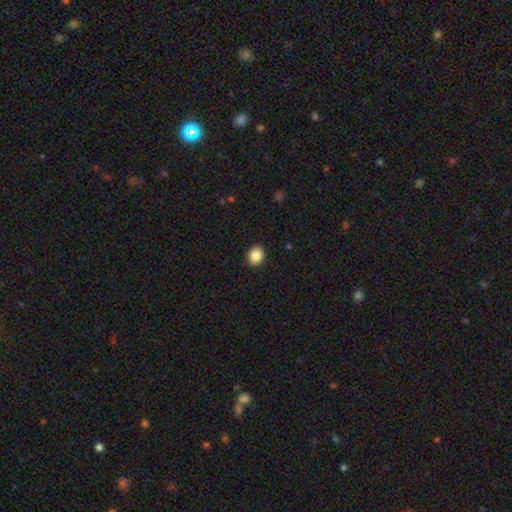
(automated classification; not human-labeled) This is clearly a smooth galaxy (86%). How rounded: possibly round (54%). Merging: clearly none (91%).